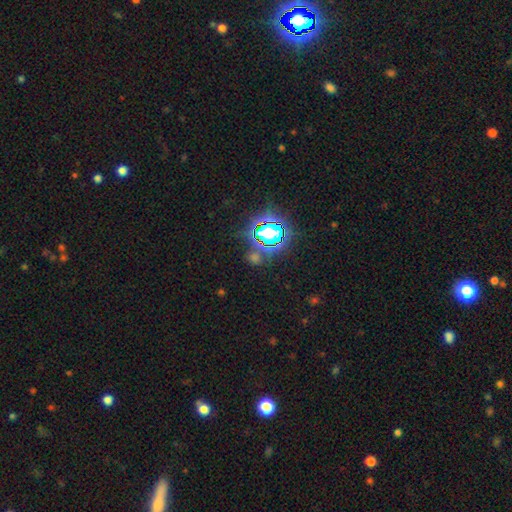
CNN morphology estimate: This appears to be a star or artifact, not a galaxy (72%).